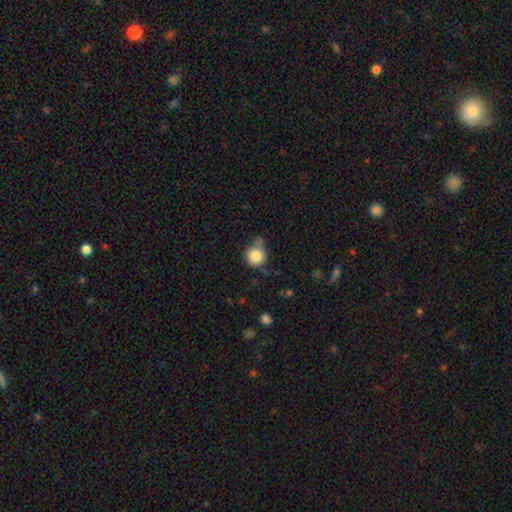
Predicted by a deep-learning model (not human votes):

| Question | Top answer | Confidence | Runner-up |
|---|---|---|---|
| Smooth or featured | smooth | 80% | star or artifact (10%) |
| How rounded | round | 90% | in between (9%) |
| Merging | none | 52% | minor disturbance (27%) |